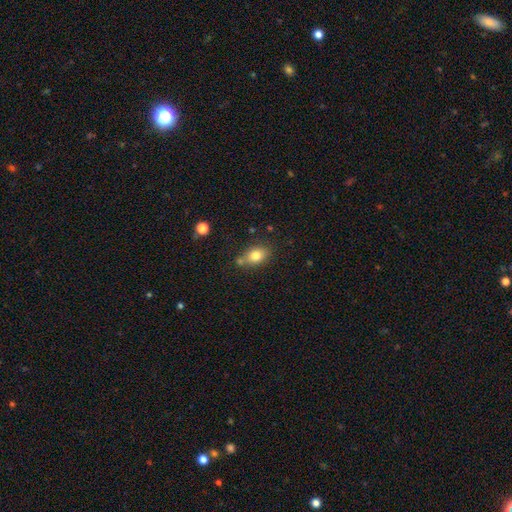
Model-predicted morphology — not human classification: Overall: smooth (79%). How rounded: in between (72%). Merging: none (64%).